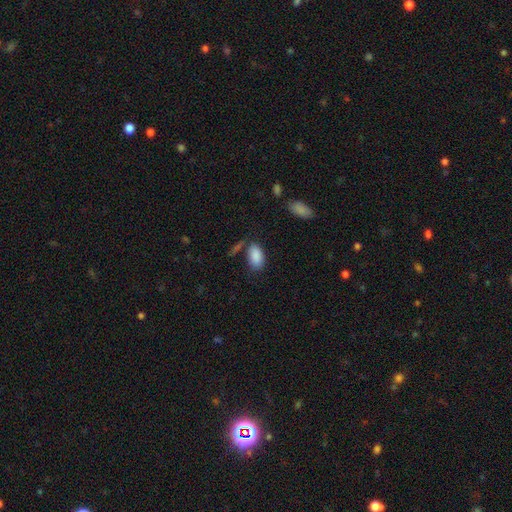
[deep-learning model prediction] smooth_or_featured: smooth (p=0.88) [alt: star or artifact p=0.07]
how_rounded: in between (p=0.94) [alt: round p=0.03]
merging: none (p=0.69) [alt: minor disturbance p=0.17]